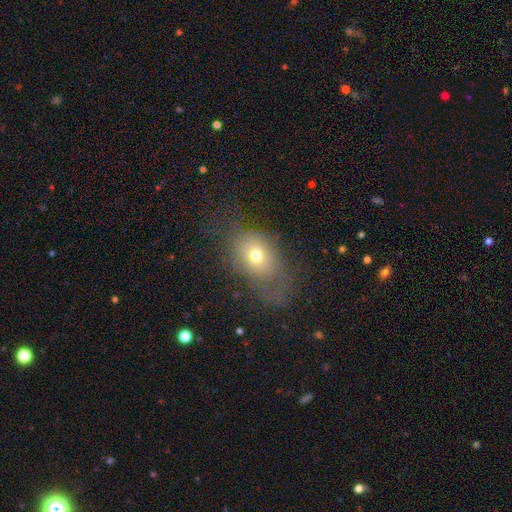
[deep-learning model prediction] Q: Smooth or featured?
A: smooth (66%); runner-up: featured or disk (20%)
Q: How rounded?
A: in between (63%); runner-up: round (35%)
Q: Merging?
A: none (41%); runner-up: major disturbance (31%)